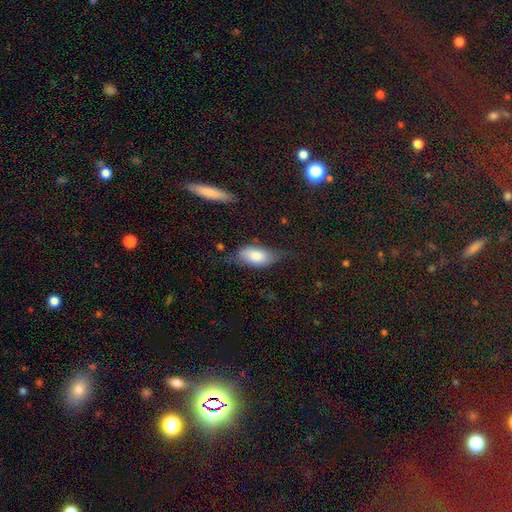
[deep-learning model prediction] Smooth or featured?
  - smooth: 75% *
  - featured or disk: 19%
  - star or artifact: 7%
How rounded?
  - in between: 90% *
  - cigar-shaped: 7%
  - round: 3%
Merging?
  - none: 52% *
  - minor disturbance: 32%
  - major disturbance: 14%
  - merger: 2%